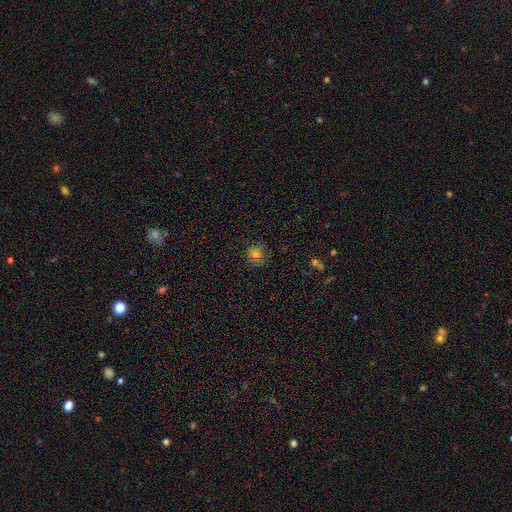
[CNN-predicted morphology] A smooth galaxy with no disk features (64%) that is round (89%).

Vote fractions:
- Smooth or featured? smooth: 64% / star or artifact: 27% / featured or disk: 10%
- How rounded? round: 89% / in between: 10% / cigar-shaped: 1%
- Merging? none: 83% / minor disturbance: 12% / major disturbance: 4% / merger: 2%